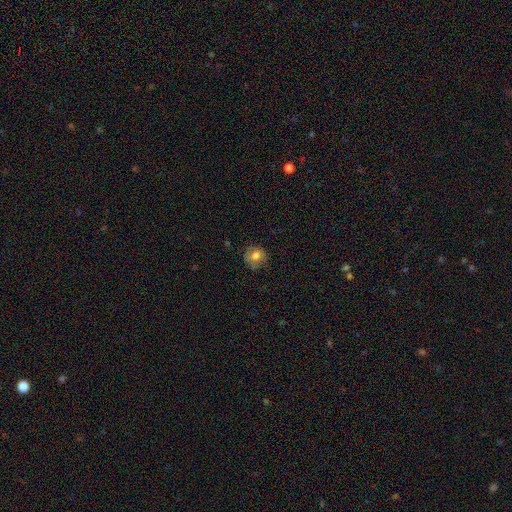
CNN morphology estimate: A smooth galaxy with no disk features (75%) that is round (81%). Merging: none (73%).